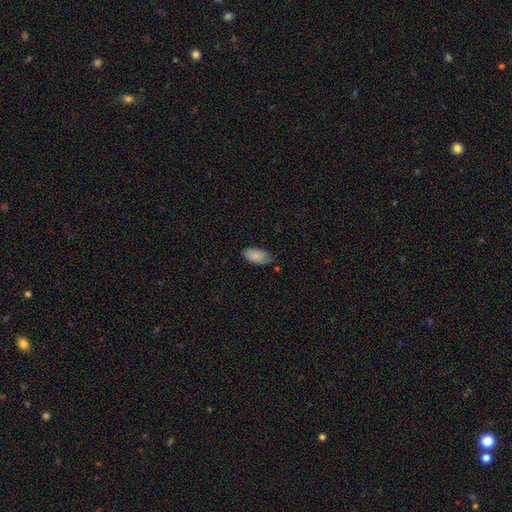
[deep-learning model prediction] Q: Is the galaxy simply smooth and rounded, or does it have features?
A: smooth — 87%.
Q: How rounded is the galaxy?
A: in between — 94%.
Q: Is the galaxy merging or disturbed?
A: none — 72%.